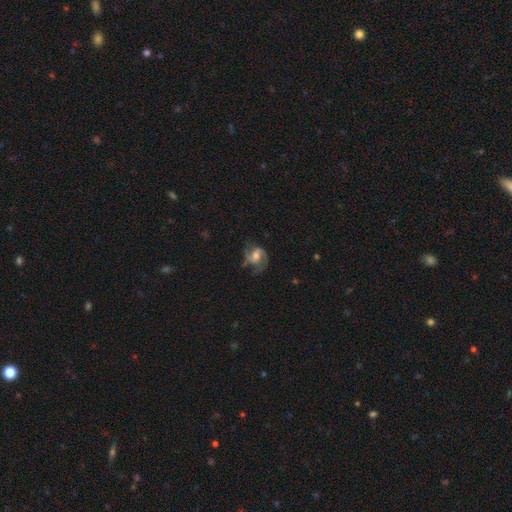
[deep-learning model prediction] Q: Smooth or featured?
A: featured or disk (79%); runner-up: smooth (14%)
Q: Edge-on disk?
A: no (98%); runner-up: yes (2%)
Q: Bar?
A: no (48%); runner-up: weak (41%)
Q: Spiral arms?
A: yes (94%); runner-up: no (6%)
Q: Spiral winding?
A: medium (53%); runner-up: loose (28%)
Q: Spiral arm count?
A: 2 (75%); runner-up: 3 (11%)
Q: Bulge size?
A: moderate (59%); runner-up: small (27%)
Q: Merging?
A: none (61%); runner-up: minor disturbance (21%)